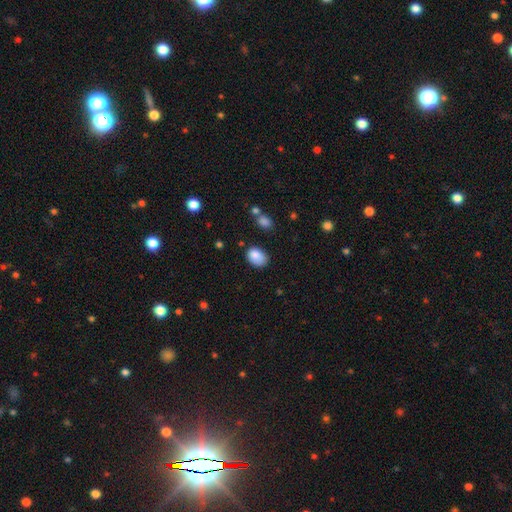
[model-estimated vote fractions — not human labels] A smooth galaxy with no disk features (86%) that is in between round and cigar-shaped (75%). Merging: none (62%).